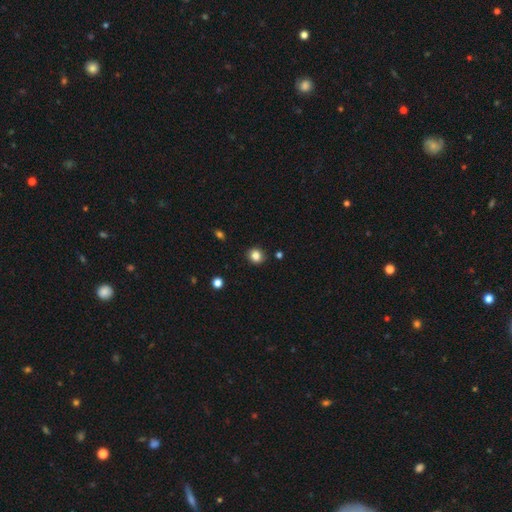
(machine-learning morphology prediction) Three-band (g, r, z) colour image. It shows a smooth galaxy with no disk features (84%) that is round (83%). Merging: none (90%).